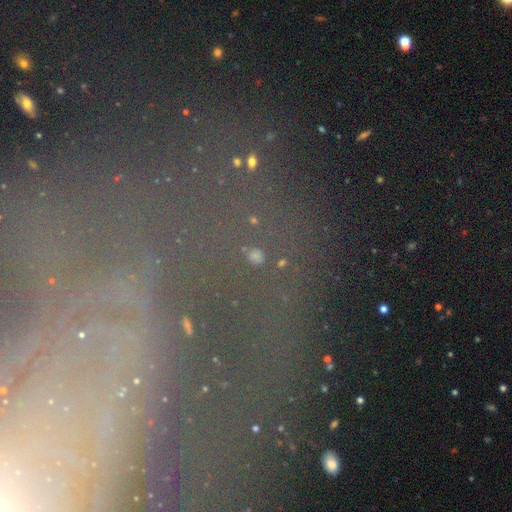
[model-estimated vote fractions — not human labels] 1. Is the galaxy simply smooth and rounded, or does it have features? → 61% star or artifact, 23% featured or disk, 16% smooth.